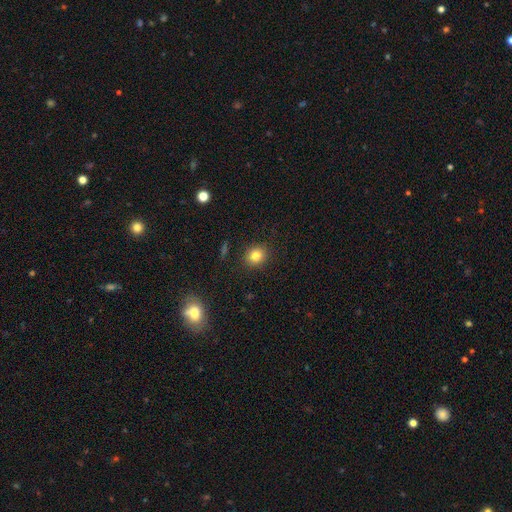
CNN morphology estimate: smooth_or_featured: smooth (p=0.82) [alt: star or artifact p=0.11]
how_rounded: round (p=0.78) [alt: in between p=0.21]
merging: none (p=0.89) [alt: minor disturbance p=0.07]